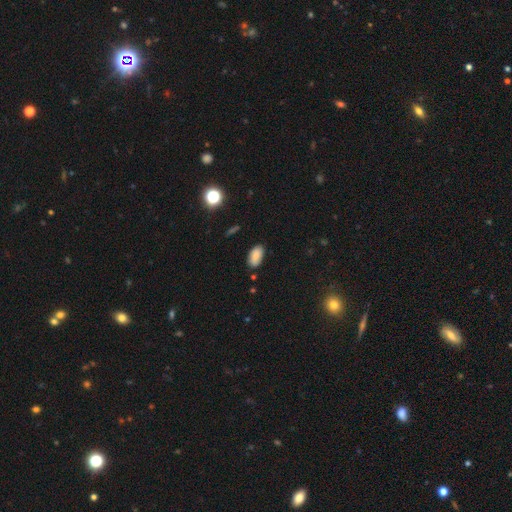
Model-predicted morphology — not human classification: smooth 84%, star or artifact 9%, featured or disk 7%. Down the decision tree: how rounded — in between (94%); merging — none (83%).